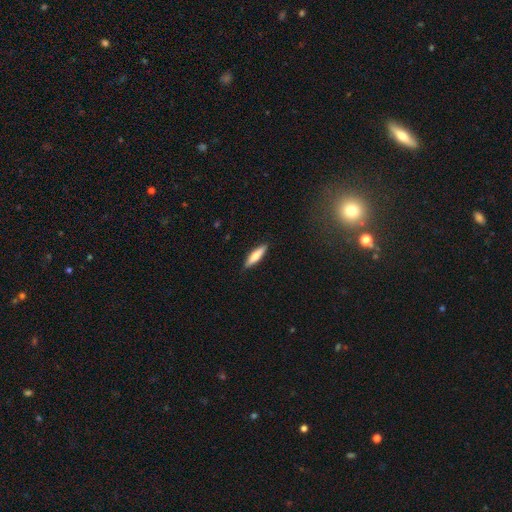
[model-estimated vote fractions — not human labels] A smooth galaxy with no disk features (68%) that is cigar-shaped (71%).

Vote fractions:
- Smooth or featured? smooth: 68% / featured or disk: 26% / star or artifact: 6%
- How rounded? cigar-shaped: 71% / in between: 27% / round: 2%
- Merging? none: 88% / minor disturbance: 9% / major disturbance: 2% / merger: 1%